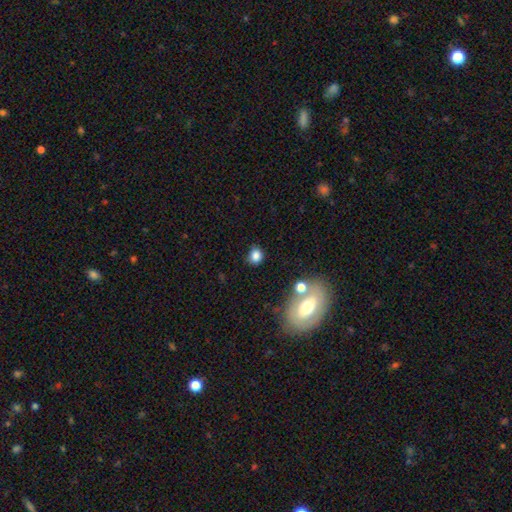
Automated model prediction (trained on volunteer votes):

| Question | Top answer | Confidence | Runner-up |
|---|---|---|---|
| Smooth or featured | smooth | 82% | star or artifact (12%) |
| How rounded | round | 65% | in between (33%) |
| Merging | none | 76% | minor disturbance (13%) |